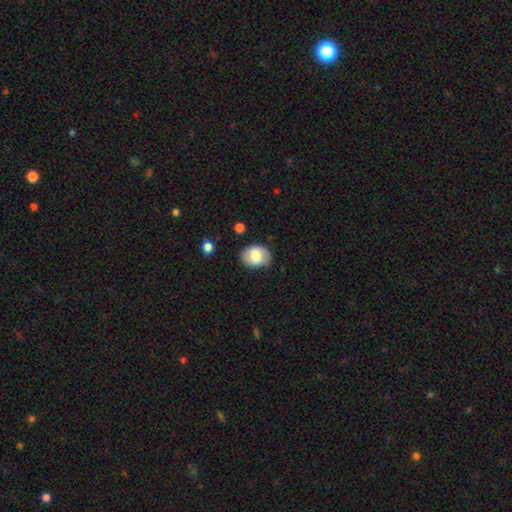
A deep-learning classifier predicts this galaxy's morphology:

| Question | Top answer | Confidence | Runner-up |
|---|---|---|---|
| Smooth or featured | smooth | 74% | featured or disk (19%) |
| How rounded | in between | 68% | round (31%) |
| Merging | none | 79% | minor disturbance (15%) |